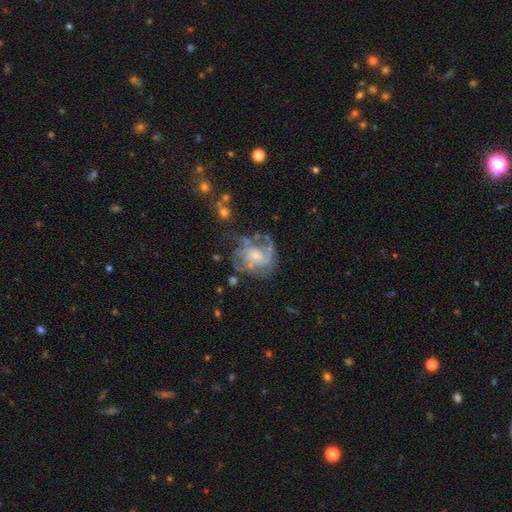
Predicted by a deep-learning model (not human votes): Morphology: type=featured or disk (83%); edge-on=no (98%); bar=no (64%); spiral arms=yes (92%); winding=medium (43%); arm count=can't tell (29%); bulge=small (59%); merging=none (53%).